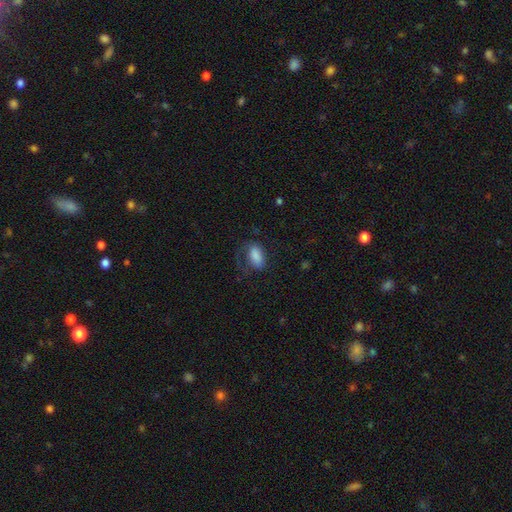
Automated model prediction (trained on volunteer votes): smooth-or-featured: smooth: 80% | featured or disk: 12% | star or artifact: 8%
  how-rounded: in between: 92% | round: 5% | cigar-shaped: 3%
  merging: none: 48% | major disturbance: 27% | minor disturbance: 23% | merger: 2%